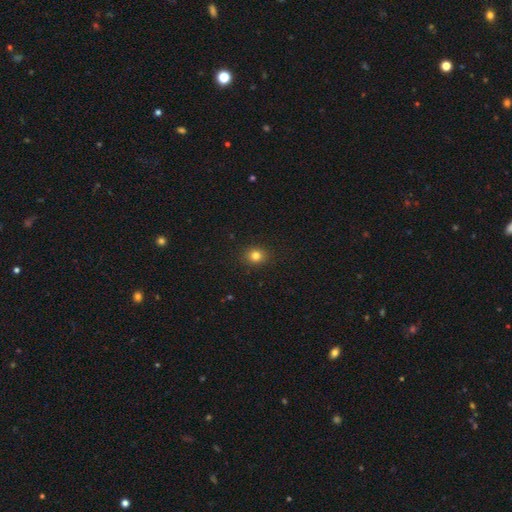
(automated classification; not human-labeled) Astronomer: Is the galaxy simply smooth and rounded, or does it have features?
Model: smooth — 80%.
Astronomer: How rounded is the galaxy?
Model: round — 72%.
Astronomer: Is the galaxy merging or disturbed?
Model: none — 90%.